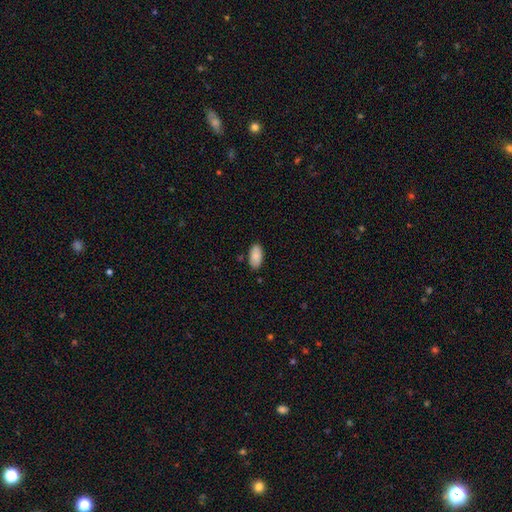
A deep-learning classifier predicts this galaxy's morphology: Smooth or featured? Predicted: smooth (p=0.87). How rounded? Predicted: in between (p=0.94). Merging? Predicted: none (p=0.84).